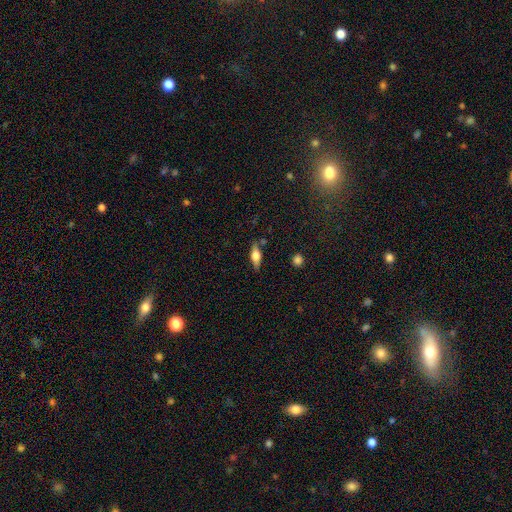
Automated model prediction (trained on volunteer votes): smooth_or_featured: smooth (p=0.55) [alt: featured or disk p=0.38]
how_rounded: in between (p=0.65) [alt: cigar-shaped p=0.31]
merging: none (p=0.78) [alt: minor disturbance p=0.15]